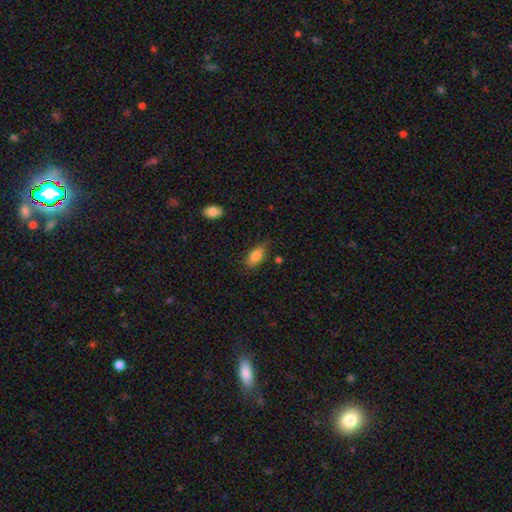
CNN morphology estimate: Smooth or featured?
  - smooth: 83% *
  - featured or disk: 9%
  - star or artifact: 8%
How rounded?
  - in between: 89% *
  - cigar-shaped: 7%
  - round: 4%
Merging?
  - none: 72% *
  - minor disturbance: 21%
  - major disturbance: 4%
  - merger: 2%